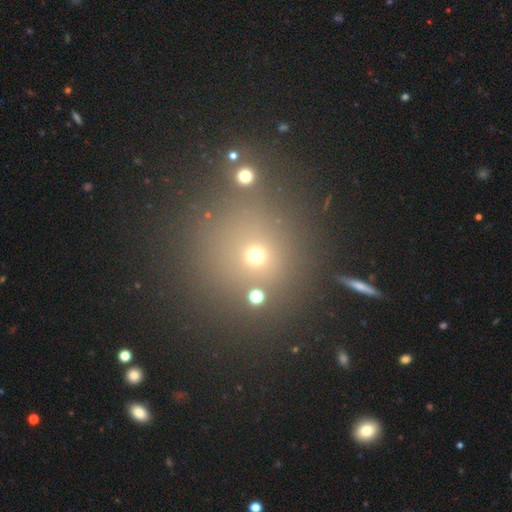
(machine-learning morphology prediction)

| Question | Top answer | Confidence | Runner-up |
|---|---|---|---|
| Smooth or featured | smooth | 61% | star or artifact (29%) |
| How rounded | round | 87% | in between (12%) |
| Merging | none | 75% | merger (11%) |